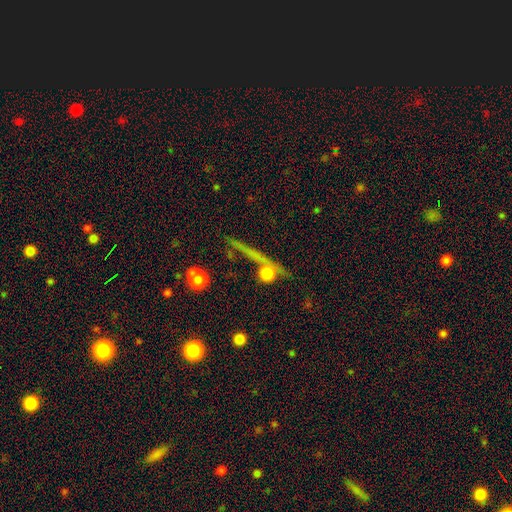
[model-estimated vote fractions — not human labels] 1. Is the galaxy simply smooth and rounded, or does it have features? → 39% featured or disk, 32% smooth, 29% star or artifact.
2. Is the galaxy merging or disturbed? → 71% none, 11% minor disturbance, 10% merger, 8% major disturbance.